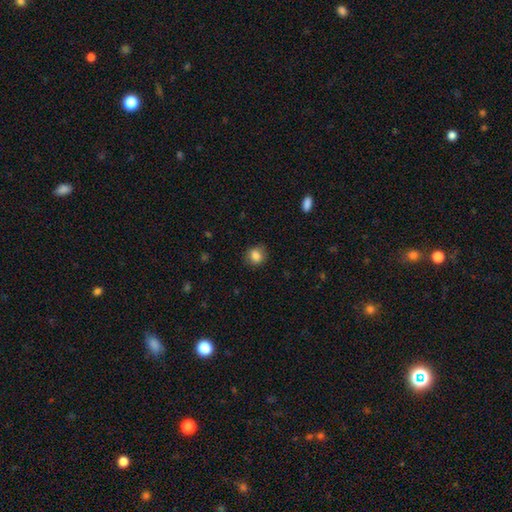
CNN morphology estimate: Smooth or featured? Predicted: smooth (p=0.85). How rounded? Predicted: round (p=0.73). Merging? Predicted: none (p=0.83).